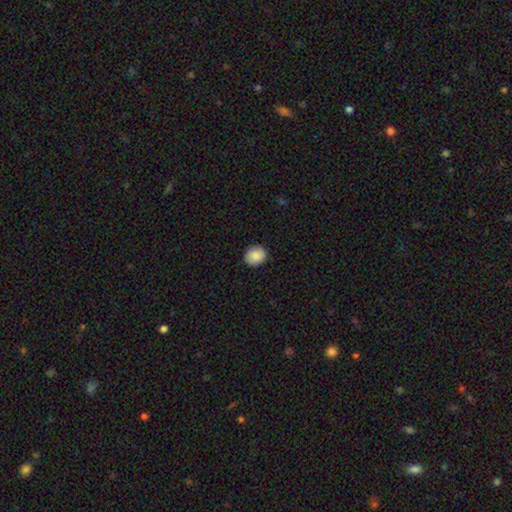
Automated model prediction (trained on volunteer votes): Q: Smooth or featured?
A: smooth (88%); runner-up: star or artifact (8%)
Q: How rounded?
A: round (69%); runner-up: in between (30%)
Q: Merging?
A: none (90%); runner-up: minor disturbance (8%)